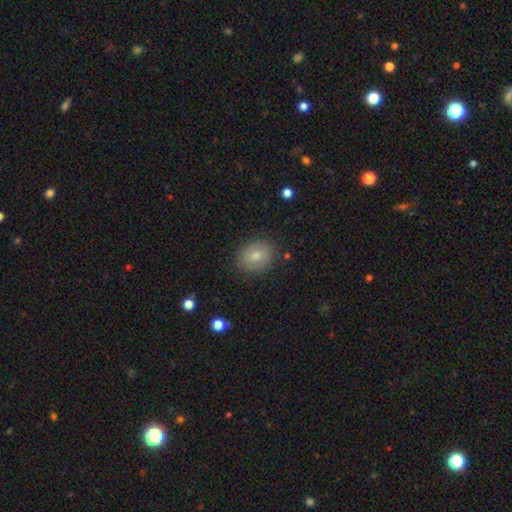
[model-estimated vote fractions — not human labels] Smooth or featured?
  - smooth: 67% *
  - featured or disk: 19%
  - star or artifact: 14%
How rounded?
  - round: 63% *
  - in between: 36%
  - cigar-shaped: 1%
Merging?
  - none: 86% *
  - minor disturbance: 10%
  - major disturbance: 3%
  - merger: 1%